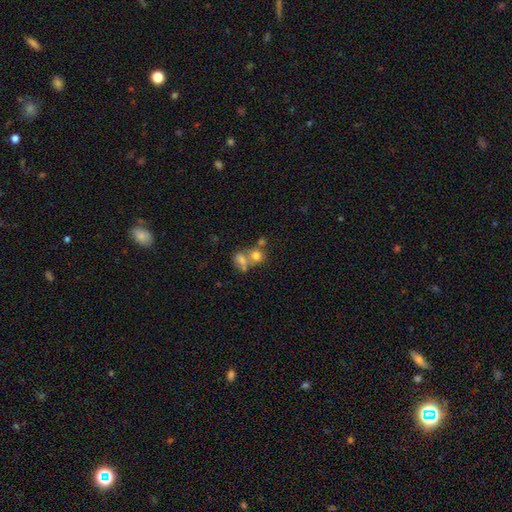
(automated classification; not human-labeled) A smooth galaxy with no disk features (70%) that is round (73%). Merging: merger (51%).